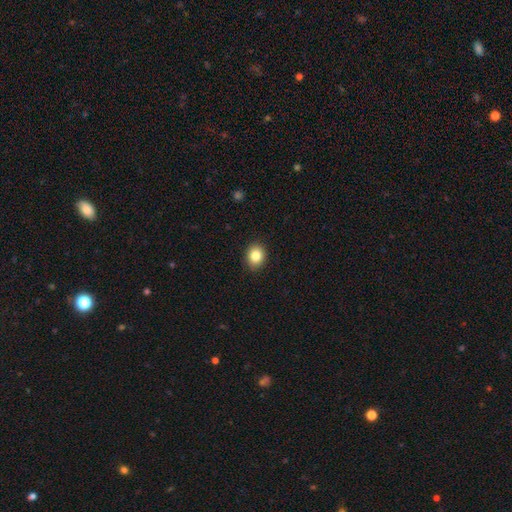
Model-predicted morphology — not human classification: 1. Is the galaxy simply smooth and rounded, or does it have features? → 84% smooth, 9% star or artifact, 6% featured or disk.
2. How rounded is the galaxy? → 57% round, 42% in between, 1% cigar-shaped.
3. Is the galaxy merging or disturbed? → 90% none, 8% minor disturbance, 2% major disturbance, 1% merger.